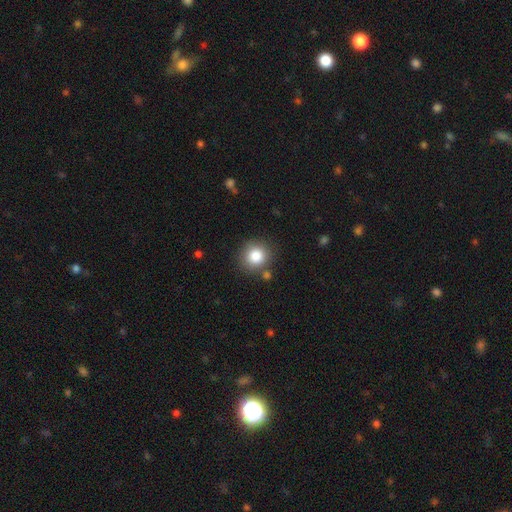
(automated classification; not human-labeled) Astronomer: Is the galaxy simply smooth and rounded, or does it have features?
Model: smooth — 83%.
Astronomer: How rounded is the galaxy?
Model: round — 88%.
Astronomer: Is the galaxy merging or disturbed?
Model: none — 81%.